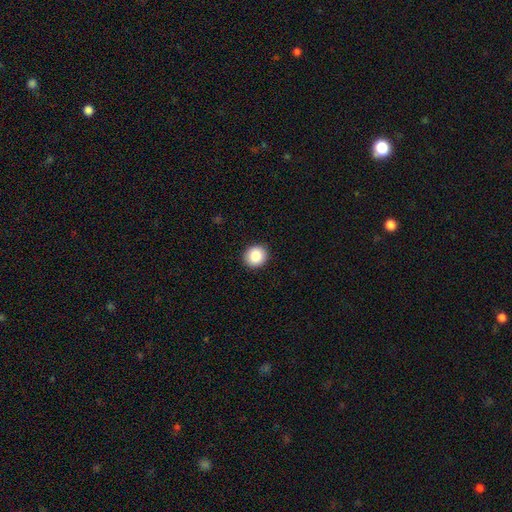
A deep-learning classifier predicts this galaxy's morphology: Overall: smooth (87%). How rounded: round (88%). Merging: none (92%).